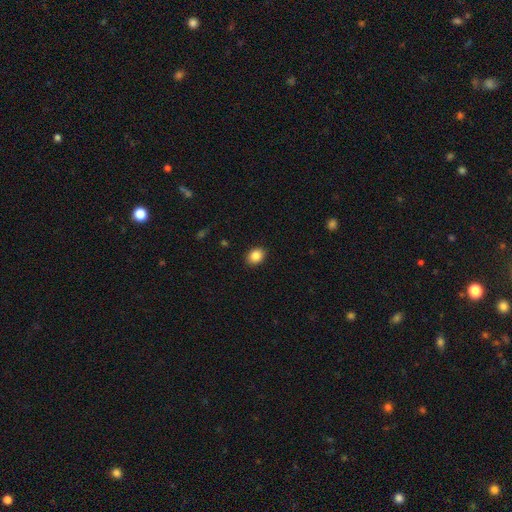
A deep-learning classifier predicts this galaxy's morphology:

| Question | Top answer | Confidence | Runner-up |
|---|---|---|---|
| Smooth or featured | smooth | 86% | star or artifact (9%) |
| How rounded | in between | 58% | round (41%) |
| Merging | none | 90% | minor disturbance (7%) |